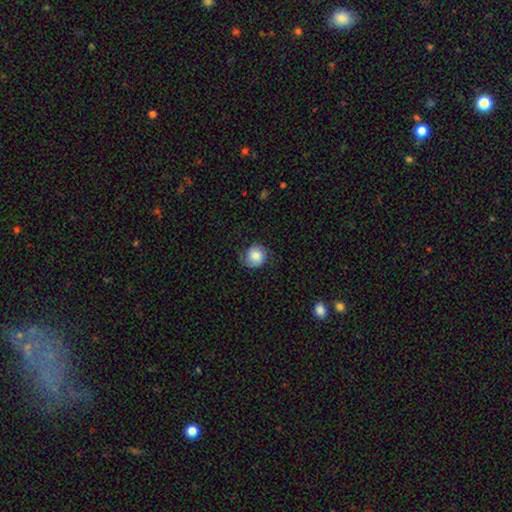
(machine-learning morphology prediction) The model was most divided on "merging": none: 66%, minor disturbance: 23%, major disturbance: 10%, merger: 1%. More confident: how rounded — round (83%); smooth or featured — smooth (69%).